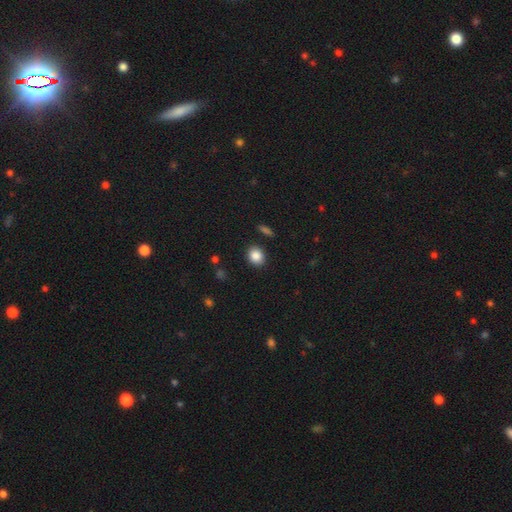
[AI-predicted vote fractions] Morphology: type=smooth (87%); roundness=round (60%); merging=none (88%).